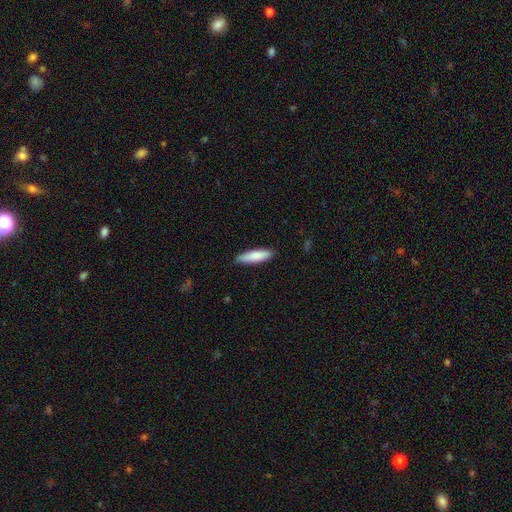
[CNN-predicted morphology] type=smooth (85%); roundness=cigar-shaped (66%); merging=none (87%).